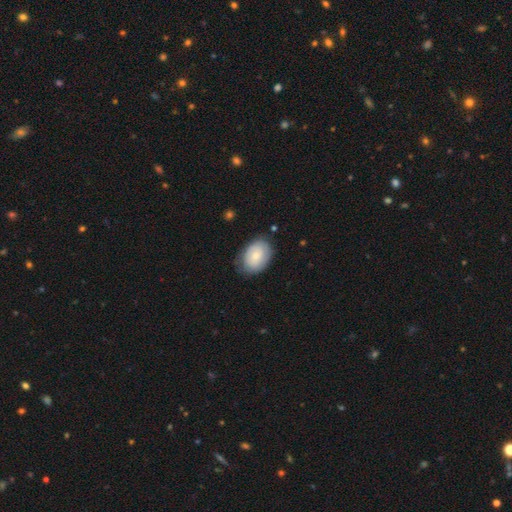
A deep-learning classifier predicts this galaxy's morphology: This appears to be a smooth galaxy with no disk features (70%) that is in between round and cigar-shaped (80%). Merging: none (74%).